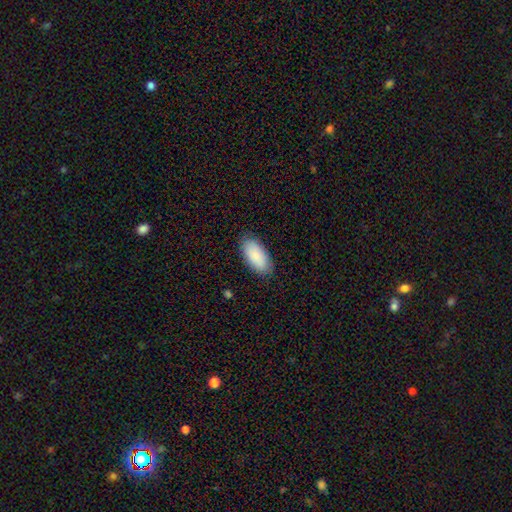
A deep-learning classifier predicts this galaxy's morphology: Smooth or featured?
  - smooth: 89% *
  - featured or disk: 6%
  - star or artifact: 6%
How rounded?
  - in between: 93% *
  - cigar-shaped: 5%
  - round: 2%
Merging?
  - none: 85% *
  - minor disturbance: 11%
  - major disturbance: 2%
  - merger: 1%